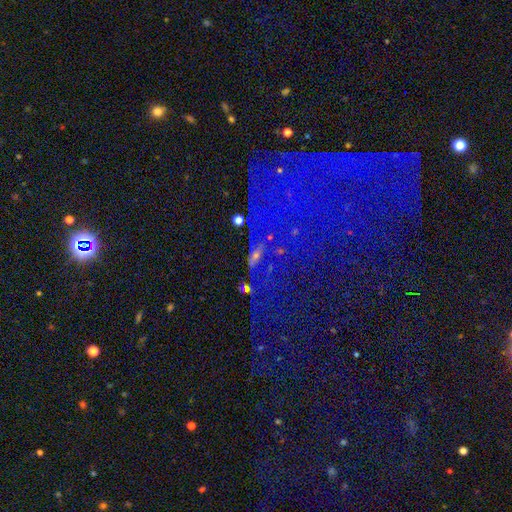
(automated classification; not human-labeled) Smooth or featured? Predicted: star or artifact (p=0.45).